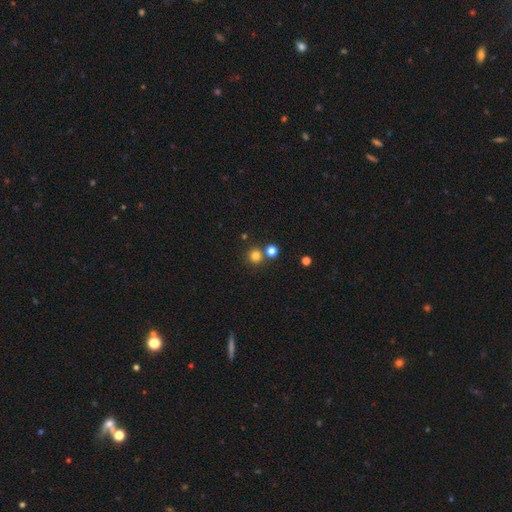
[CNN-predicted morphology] Overall: smooth (79%). How rounded: round (94%). Merging: none (74%).